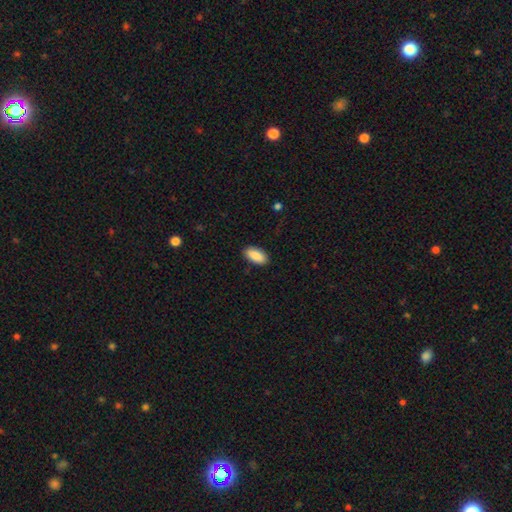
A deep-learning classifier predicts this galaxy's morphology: Smooth or featured? smooth (90%)
How rounded? in between (92%)
Merging? none (89%)